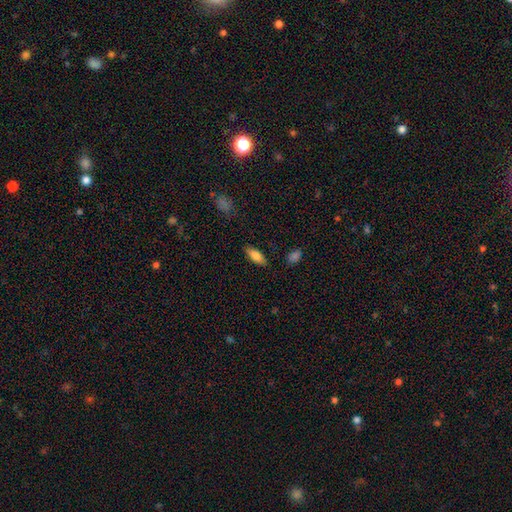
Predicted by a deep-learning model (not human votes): Smooth or featured: smooth — 80% (featured or disk — 13%)
How rounded: in between — 78% (cigar-shaped — 20%)
Merging: none — 86% (minor disturbance — 10%)